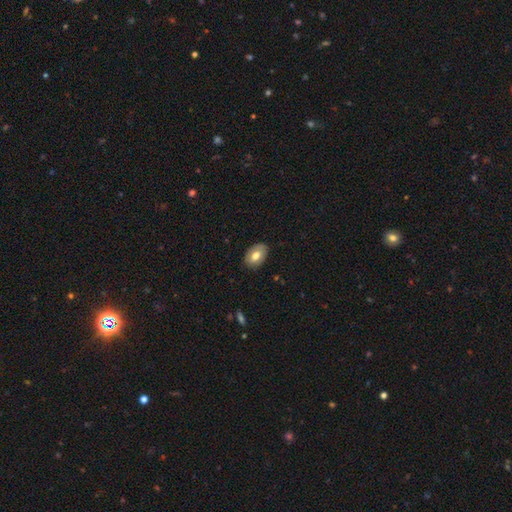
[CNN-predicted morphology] Smooth or featured? smooth (71%)
How rounded? in between (85%)
Merging? none (84%)